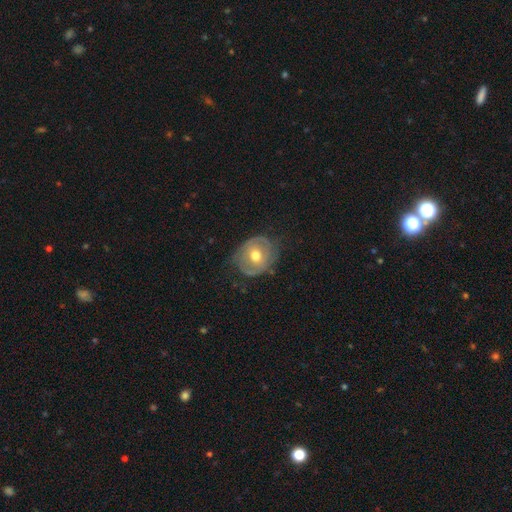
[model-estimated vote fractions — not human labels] Q: Smooth or featured?
A: featured or disk (59%); runner-up: smooth (35%)
Q: Edge-on disk?
A: no (95%); runner-up: yes (5%)
Q: Bar?
A: no (77%); runner-up: weak (18%)
Q: Spiral arms?
A: yes (52%); runner-up: no (48%)
Q: Bulge size?
A: moderate (80%); runner-up: small (9%)
Q: Merging?
A: none (62%); runner-up: minor disturbance (26%)